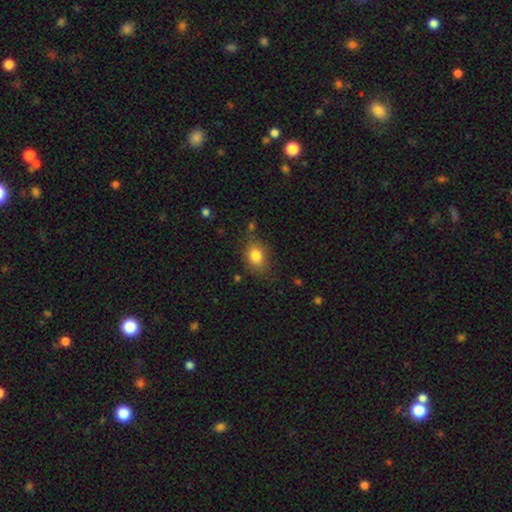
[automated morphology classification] A smooth galaxy with no disk features (81%) that is in between round and cigar-shaped (61%). Merging: none (72%).